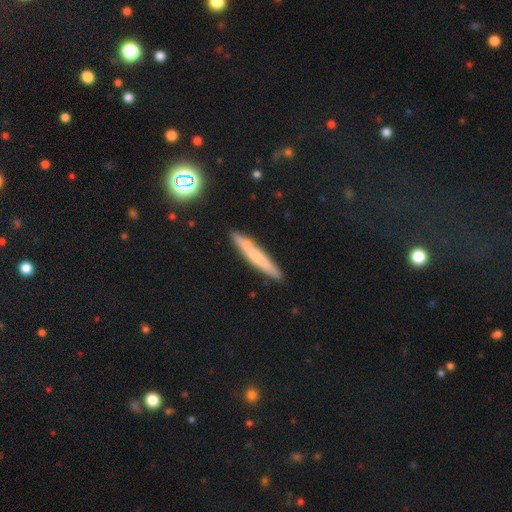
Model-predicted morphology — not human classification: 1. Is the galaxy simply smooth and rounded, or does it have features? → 58% smooth, 34% featured or disk, 8% star or artifact.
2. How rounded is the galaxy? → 95% cigar-shaped, 4% in between, 1% round.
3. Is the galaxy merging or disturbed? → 86% none, 10% minor disturbance, 2% merger, 2% major disturbance.